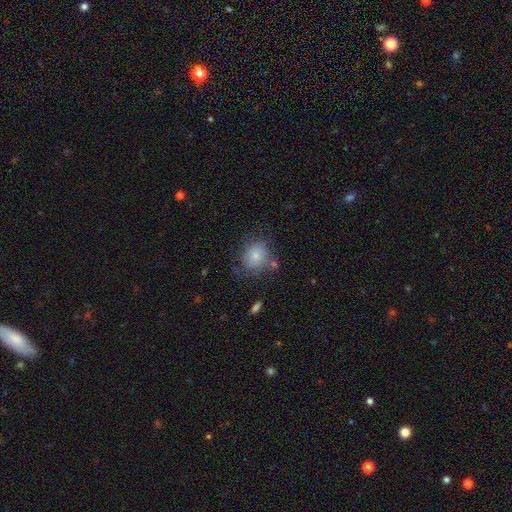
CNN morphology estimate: Smooth or featured? smooth (70%)
How rounded? round (70%)
Merging? none (57%)